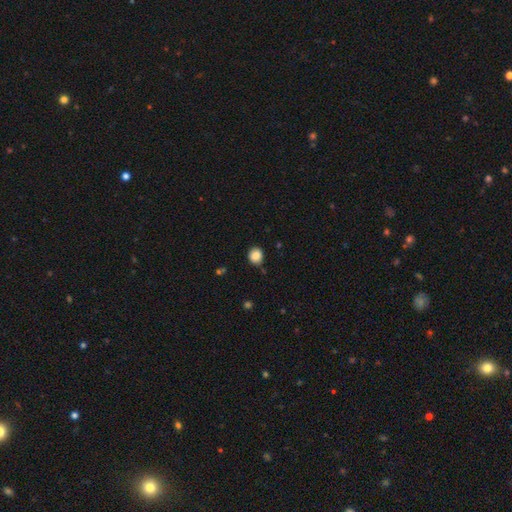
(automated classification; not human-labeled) The model was most divided on "how rounded": round: 81%, in between: 18%, cigar-shaped: 1%. More confident: smooth or featured — smooth (86%); merging — none (84%).